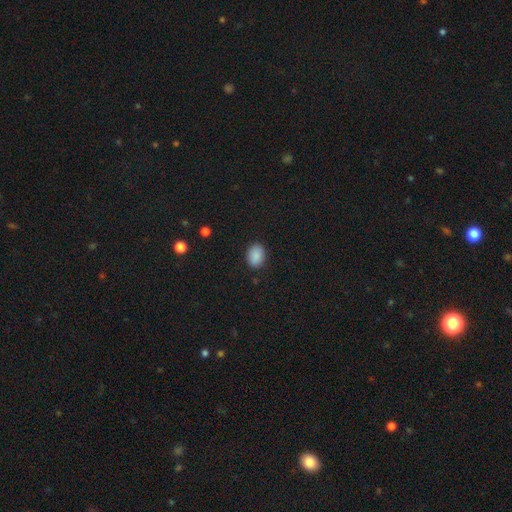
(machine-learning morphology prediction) This appears to be a smooth galaxy with no disk features (88%) that is in between round and cigar-shaped (67%). Merging: none (88%).